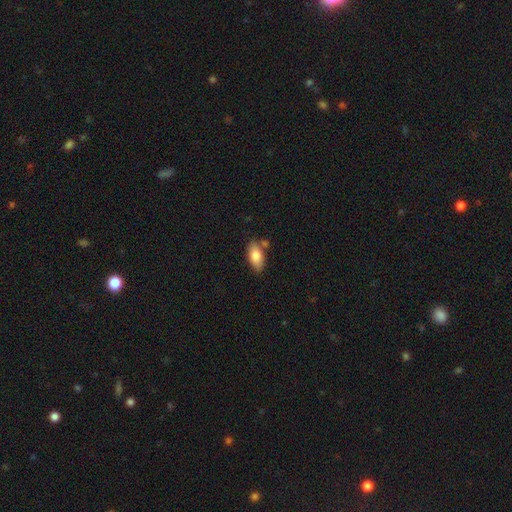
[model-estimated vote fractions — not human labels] Smooth or featured? Predicted: smooth (p=0.83). How rounded? Predicted: in between (p=0.91). Merging? Predicted: none (p=0.72).